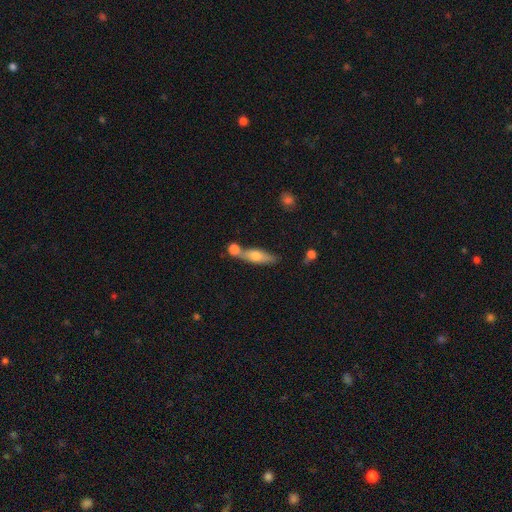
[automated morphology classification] smooth 59%, featured or disk 35%, star or artifact 6%. Down the decision tree: how rounded — cigar-shaped (57%); merging — none (51%).